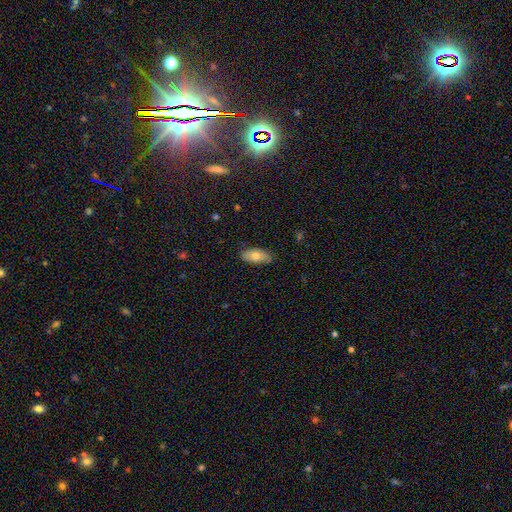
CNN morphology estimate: Smooth or featured?
  - smooth: 71% *
  - featured or disk: 22%
  - star or artifact: 7%
How rounded?
  - in between: 86% *
  - cigar-shaped: 12%
  - round: 3%
Merging?
  - none: 81% *
  - minor disturbance: 16%
  - major disturbance: 3%
  - merger: 1%